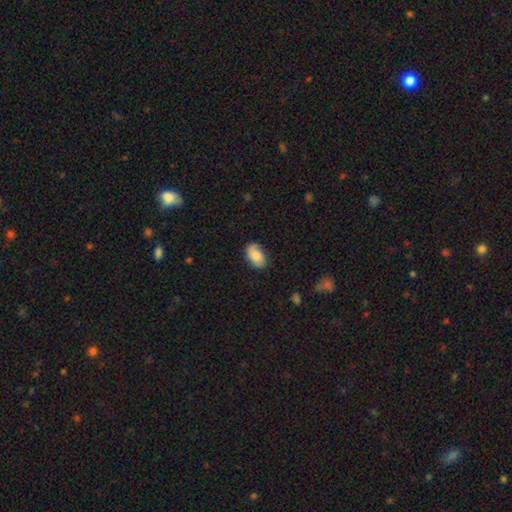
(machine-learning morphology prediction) Smooth or featured? Predicted: smooth (p=0.72). How rounded? Predicted: in between (p=0.91). Merging? Predicted: none (p=0.72).